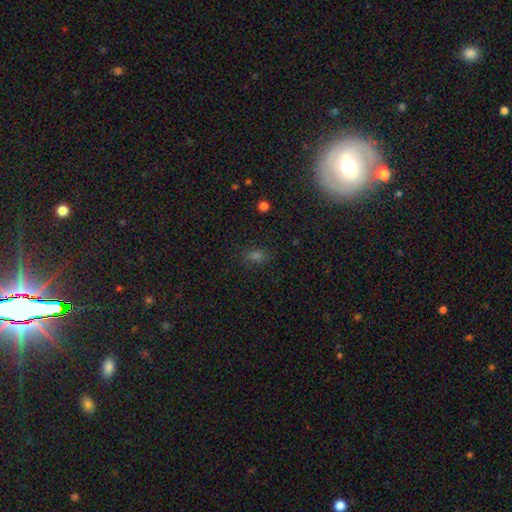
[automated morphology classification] Smooth or featured? smooth (58%)
How rounded? in between (70%)
Merging? none (80%)